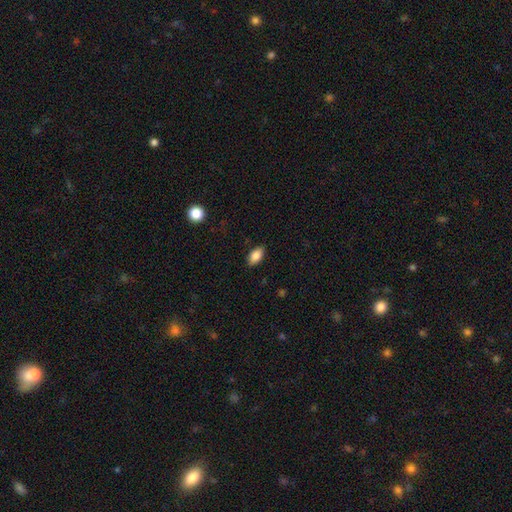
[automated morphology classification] type=smooth (85%); roundness=in between (91%); merging=none (86%).